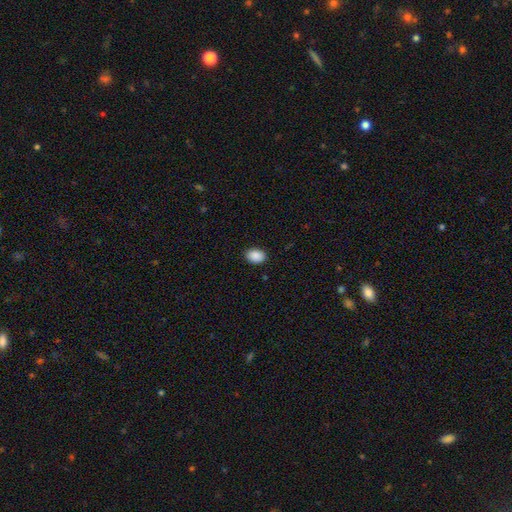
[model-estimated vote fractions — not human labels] Q: Smooth or featured?
A: smooth (90%); runner-up: star or artifact (7%)
Q: How rounded?
A: in between (76%); runner-up: round (23%)
Q: Merging?
A: none (89%); runner-up: minor disturbance (8%)